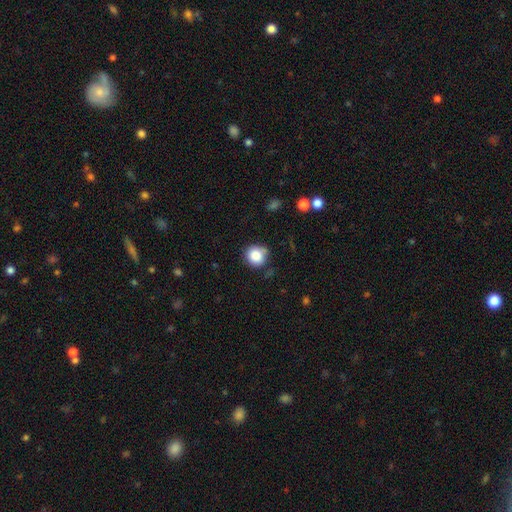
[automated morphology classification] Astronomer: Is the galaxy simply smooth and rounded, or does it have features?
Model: smooth — 84%.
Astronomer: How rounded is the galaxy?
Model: round — 89%.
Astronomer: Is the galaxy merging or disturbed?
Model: none — 76%.